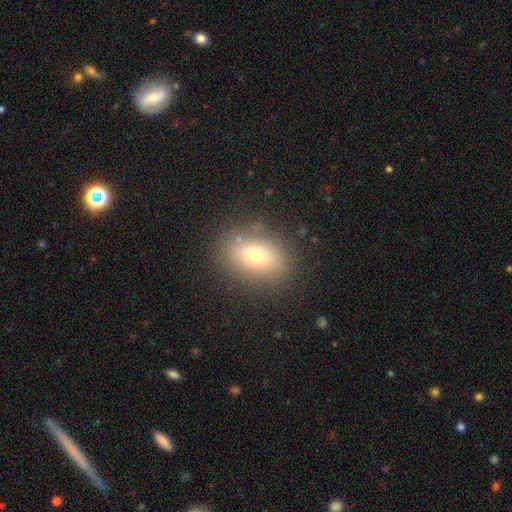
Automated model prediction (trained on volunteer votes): smooth-or-featured: smooth: 69% | featured or disk: 17% | star or artifact: 13%
  how-rounded: in between: 72% | round: 26% | cigar-shaped: 2%
  merging: none: 82% | minor disturbance: 11% | major disturbance: 5% | merger: 2%